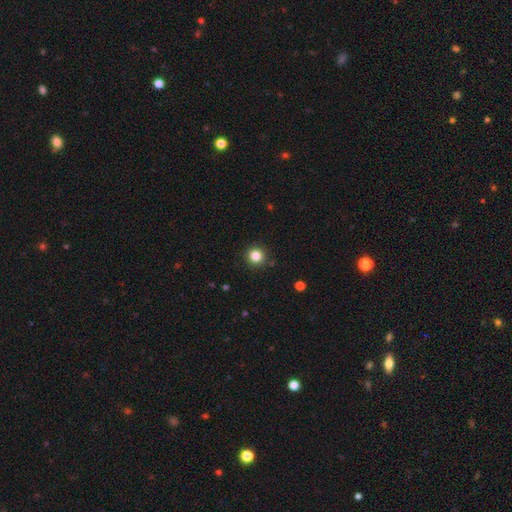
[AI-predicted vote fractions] Q: Smooth or featured?
A: smooth (83%); runner-up: star or artifact (12%)
Q: How rounded?
A: round (95%); runner-up: in between (4%)
Q: Merging?
A: none (91%); runner-up: minor disturbance (6%)